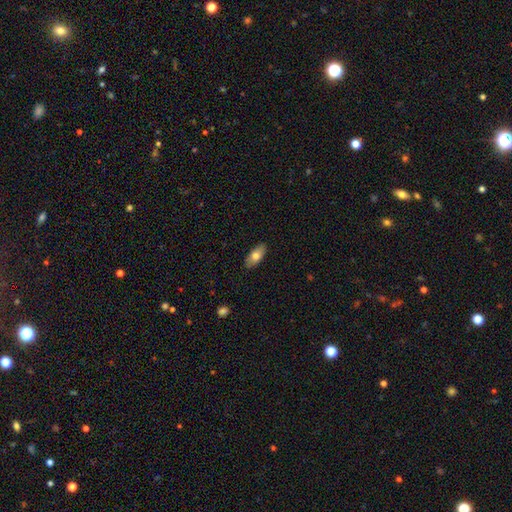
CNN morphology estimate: This appears to be a smooth galaxy with no disk features (74%) that is in between round and cigar-shaped (87%). Merging: none (88%).